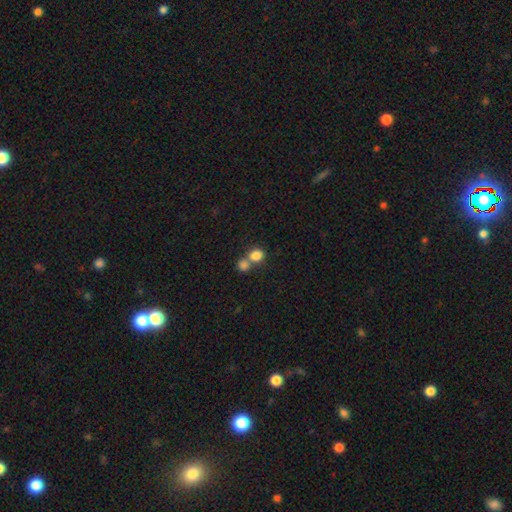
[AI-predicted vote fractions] Smooth or featured? Predicted: smooth (p=0.83). How rounded? Predicted: round (p=0.76). Merging? Predicted: merger (p=0.47).